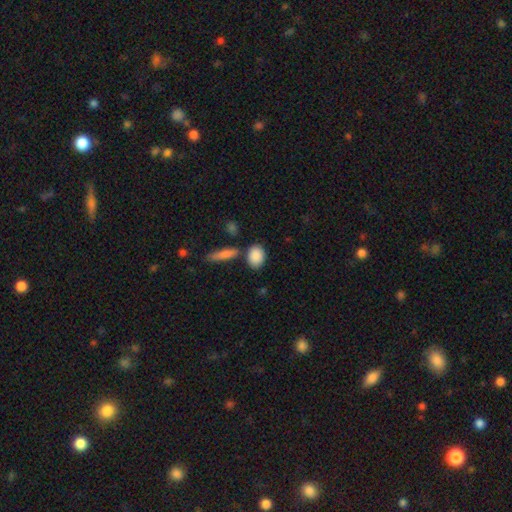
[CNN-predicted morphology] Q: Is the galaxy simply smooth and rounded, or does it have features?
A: smooth — 88%.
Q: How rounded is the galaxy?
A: in between — 68%.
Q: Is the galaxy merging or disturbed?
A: none — 73%.